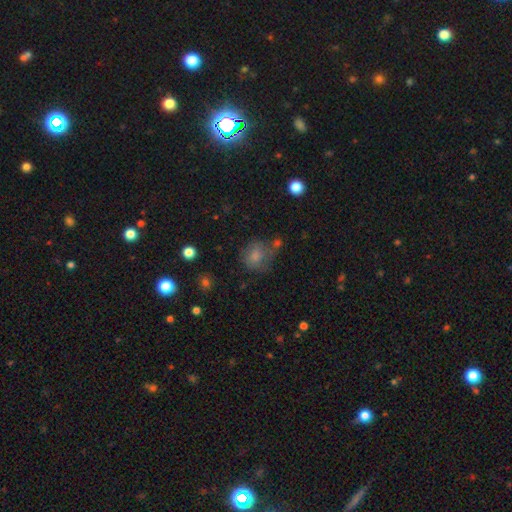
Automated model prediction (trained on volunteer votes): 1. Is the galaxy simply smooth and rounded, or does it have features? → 74% smooth, 14% featured or disk, 12% star or artifact.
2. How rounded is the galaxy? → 71% round, 28% in between, 1% cigar-shaped.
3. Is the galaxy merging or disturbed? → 49% none, 24% minor disturbance, 15% major disturbance, 12% merger.